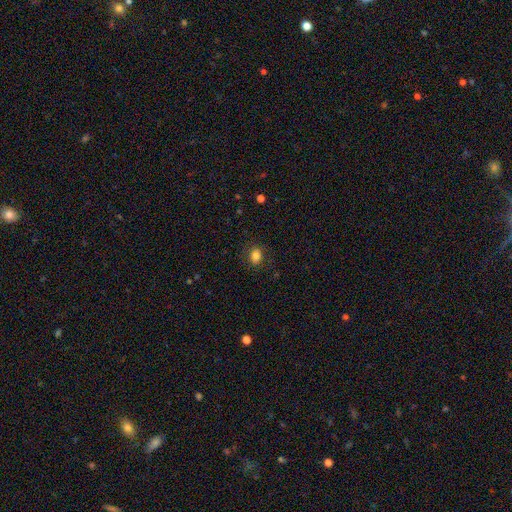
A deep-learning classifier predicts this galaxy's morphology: Overall: smooth (83%). How rounded: in between (58%; round 41%). Merging: none (85%).